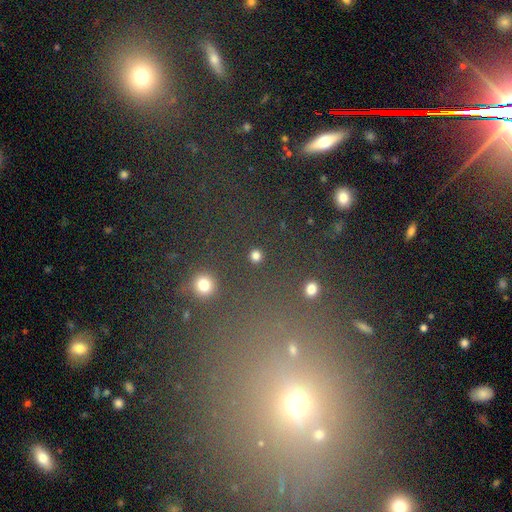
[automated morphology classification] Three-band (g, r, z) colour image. It shows a smooth galaxy with no disk features (81%) that is round (93%). Merging: none (91%).